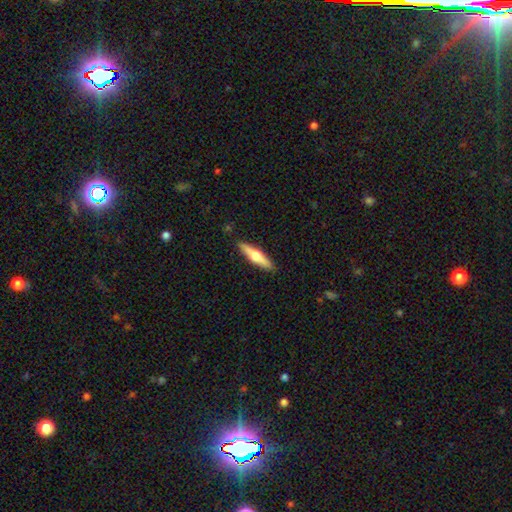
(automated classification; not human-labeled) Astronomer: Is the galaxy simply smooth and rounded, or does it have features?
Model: featured or disk — 51% (runner-up: smooth, 43%).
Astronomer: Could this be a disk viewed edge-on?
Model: yes — 95%.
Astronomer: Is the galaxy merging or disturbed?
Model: none — 89%.